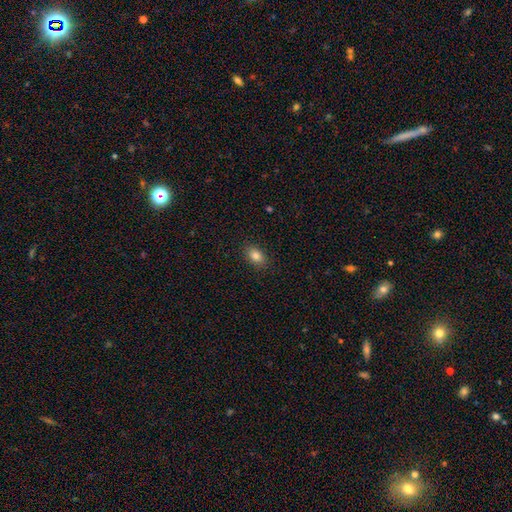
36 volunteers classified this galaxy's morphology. smooth 89%, featured or disk 8%, star or artifact 3%. Down the decision tree: how rounded — in between (84%); merging — none (94%).